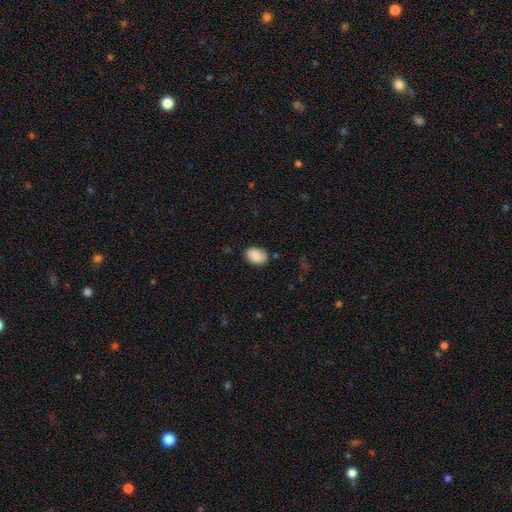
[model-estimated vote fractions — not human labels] smooth_or_featured: smooth (p=0.87) [alt: star or artifact p=0.07]
how_rounded: in between (p=0.74) [alt: round p=0.25]
merging: none (p=0.79) [alt: minor disturbance p=0.15]